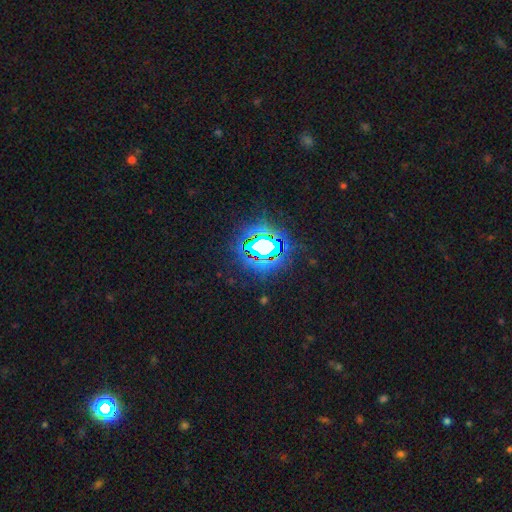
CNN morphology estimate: Smooth or featured: star or artifact — 77% (smooth — 13%)